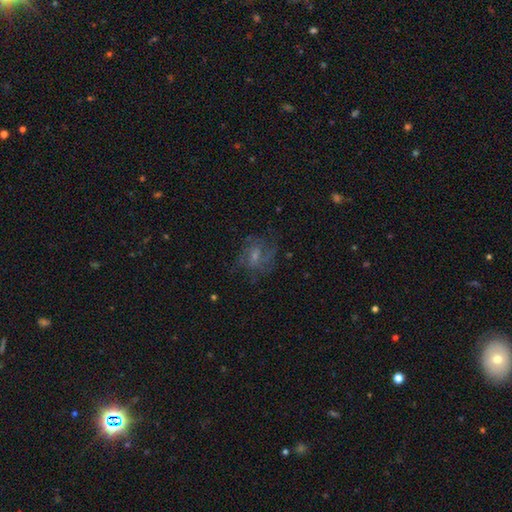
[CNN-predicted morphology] Overall: featured or disk (63%; smooth 25%). Edge-on disk: no (97%). Bar: weak (50%; no 39%). Spiral arms: yes (80%). Bulge size: small (49%; moderate 30%). Merging: none (58%; major disturbance 20%).